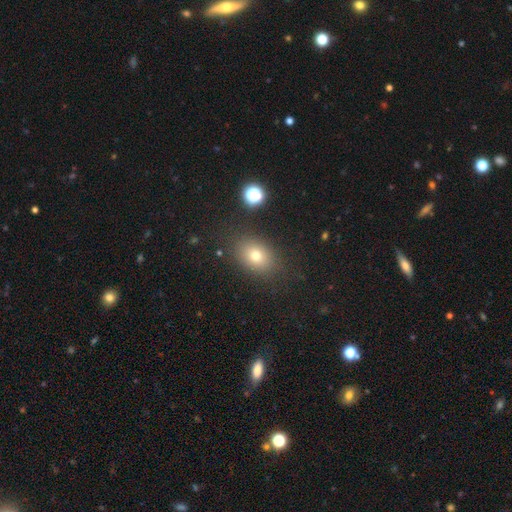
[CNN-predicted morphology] Q: Smooth or featured?
A: smooth (73%); runner-up: star or artifact (15%)
Q: How rounded?
A: in between (68%); runner-up: round (31%)
Q: Merging?
A: none (84%); runner-up: minor disturbance (10%)